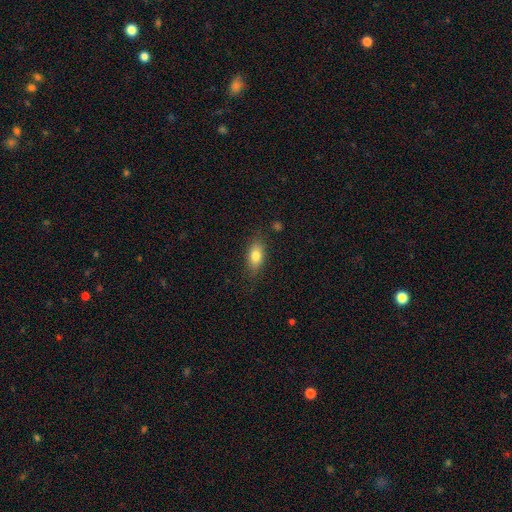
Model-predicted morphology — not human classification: This is likely a smooth galaxy (80%). How rounded: clearly in between (86%). Merging: likely none (80%).